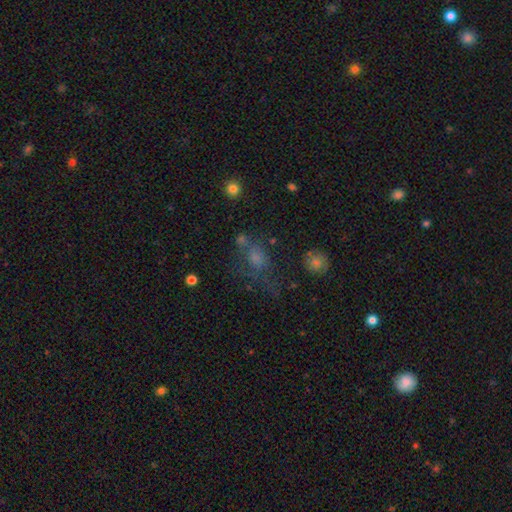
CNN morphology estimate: smooth 52%, star or artifact 27%, featured or disk 21%. Down the decision tree: how rounded — in between (54%); merging — none (43%).